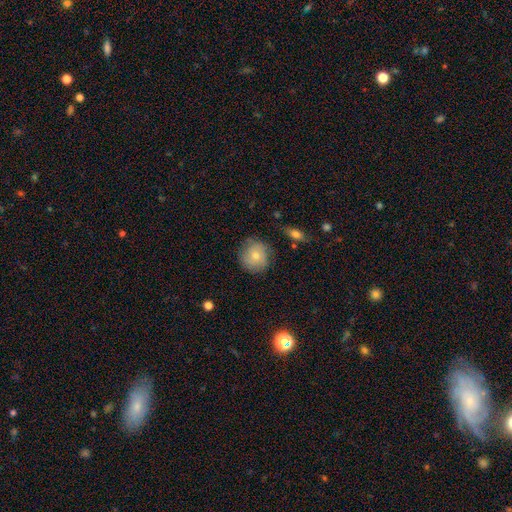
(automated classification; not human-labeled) smooth 73%, featured or disk 19%, star or artifact 8%. Down the decision tree: how rounded — round (89%); merging — none (78%).